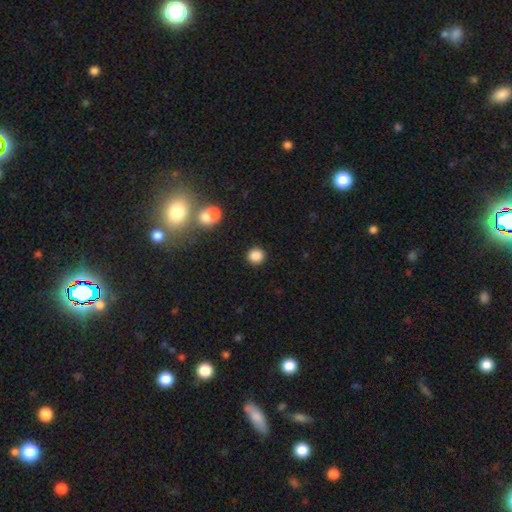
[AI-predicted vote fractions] smooth 85%, star or artifact 10%, featured or disk 4%. Down the decision tree: how rounded — round (90%); merging — none (90%).